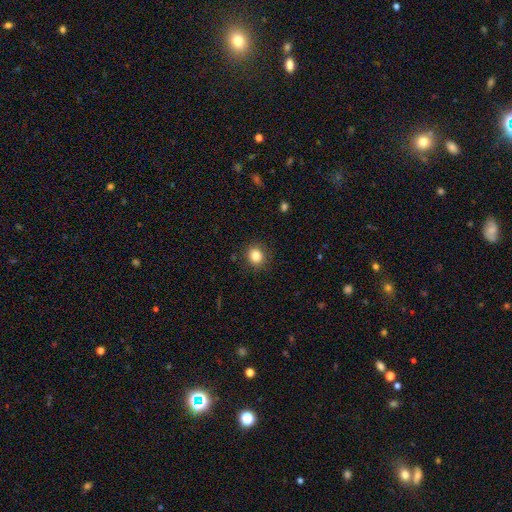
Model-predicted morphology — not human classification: Smooth or featured?
  - smooth: 84% *
  - star or artifact: 10%
  - featured or disk: 5%
How rounded?
  - round: 83% *
  - in between: 16%
  - cigar-shaped: 1%
Merging?
  - none: 88% *
  - minor disturbance: 8%
  - major disturbance: 3%
  - merger: 1%